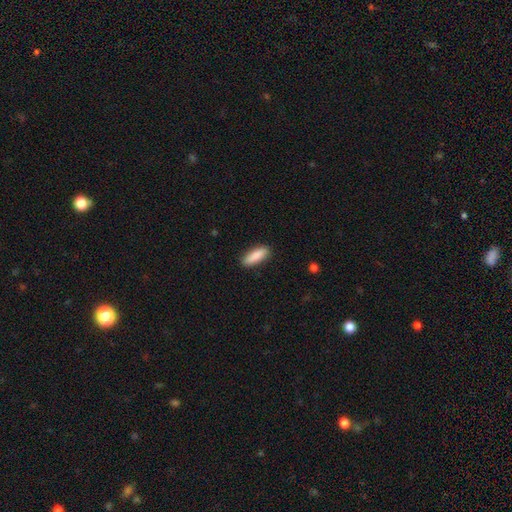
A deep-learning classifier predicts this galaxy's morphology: smooth-or-featured: smooth: 87% | featured or disk: 7% | star or artifact: 6%
  how-rounded: in between: 56% | cigar-shaped: 42% | round: 2%
  merging: none: 88% | minor disturbance: 9% | major disturbance: 2% | merger: 1%